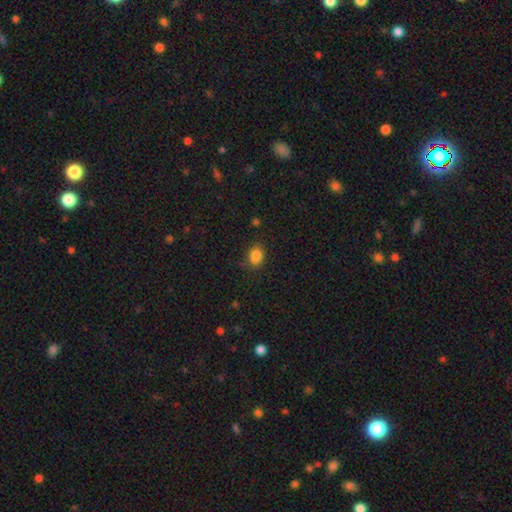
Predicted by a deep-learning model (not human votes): Q: Smooth or featured?
A: smooth (85%); runner-up: star or artifact (11%)
Q: How rounded?
A: in between (74%); runner-up: round (25%)
Q: Merging?
A: none (77%); runner-up: minor disturbance (16%)